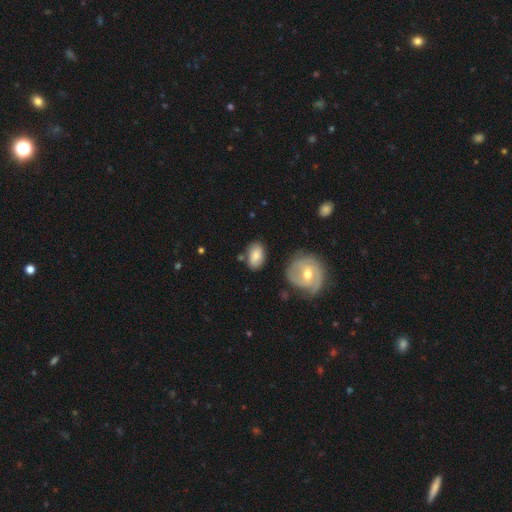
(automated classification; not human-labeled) Overall: smooth (76%). How rounded: in between (86%). Merging: none (74%).